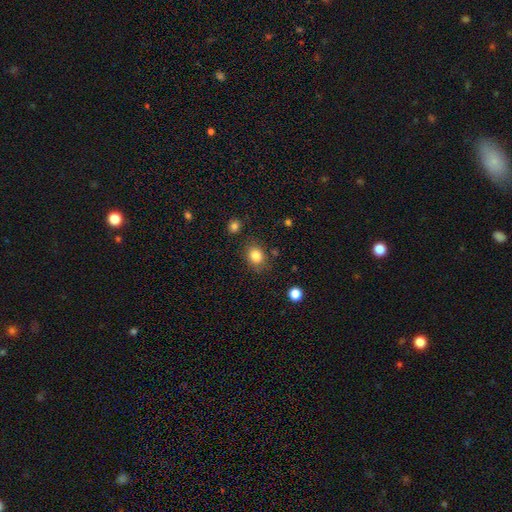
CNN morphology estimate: smooth 83%, star or artifact 10%, featured or disk 6%. Down the decision tree: how rounded — round (56%); merging — none (81%).